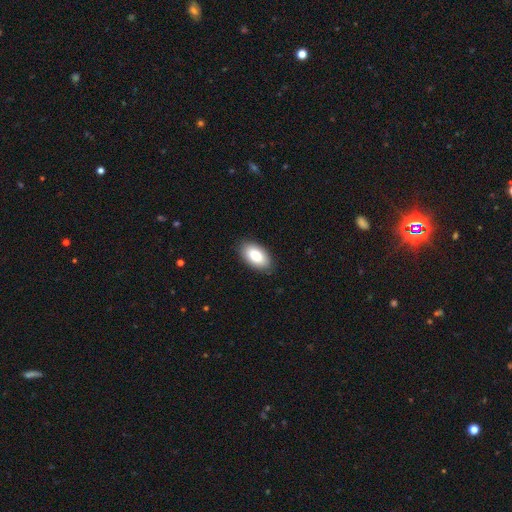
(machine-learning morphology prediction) The model was most divided on "merging": none: 88%, minor disturbance: 9%, major disturbance: 2%, merger: 1%. More confident: how rounded — in between (95%); smooth or featured — smooth (86%).